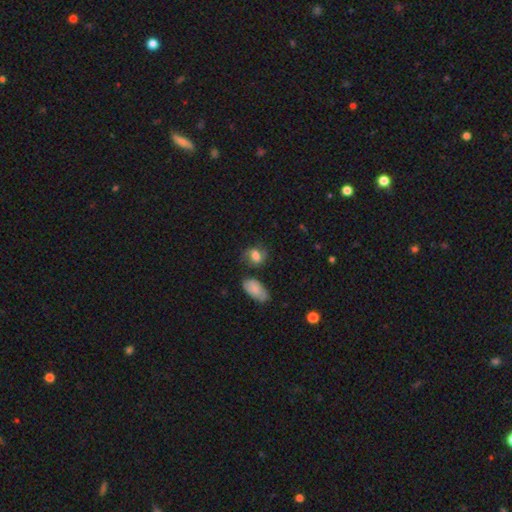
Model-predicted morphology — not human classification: Q: Smooth or featured?
A: smooth (55%); runner-up: featured or disk (35%)
Q: How rounded?
A: in between (61%); runner-up: round (37%)
Q: Merging?
A: none (59%); runner-up: minor disturbance (22%)